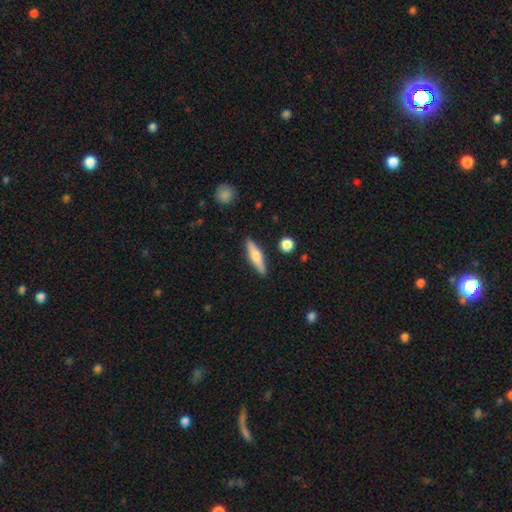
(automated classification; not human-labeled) Smooth or featured? Predicted: smooth (p=0.50). How rounded? Predicted: cigar-shaped (p=0.75). Merging? Predicted: none (p=0.88).